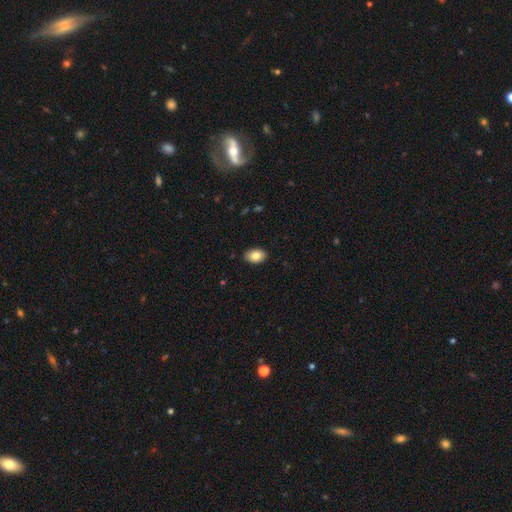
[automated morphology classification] Smooth or featured?
  - smooth: 83% *
  - featured or disk: 10%
  - star or artifact: 8%
How rounded?
  - in between: 87% *
  - round: 11%
  - cigar-shaped: 1%
Merging?
  - none: 89% *
  - minor disturbance: 9%
  - major disturbance: 2%
  - merger: 1%